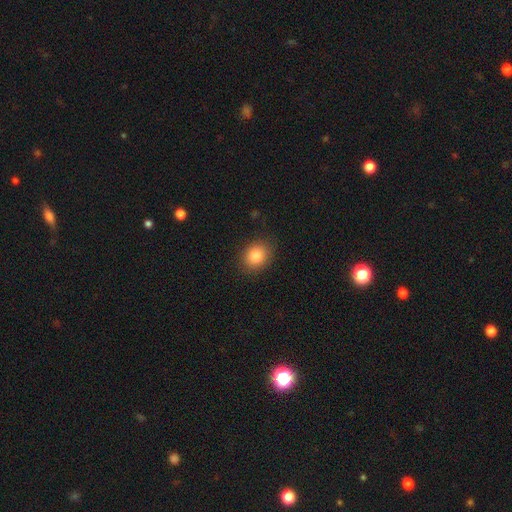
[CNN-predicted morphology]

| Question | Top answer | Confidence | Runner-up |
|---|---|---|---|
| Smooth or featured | smooth | 84% | star or artifact (9%) |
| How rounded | round | 56% | in between (43%) |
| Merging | none | 86% | minor disturbance (10%) |